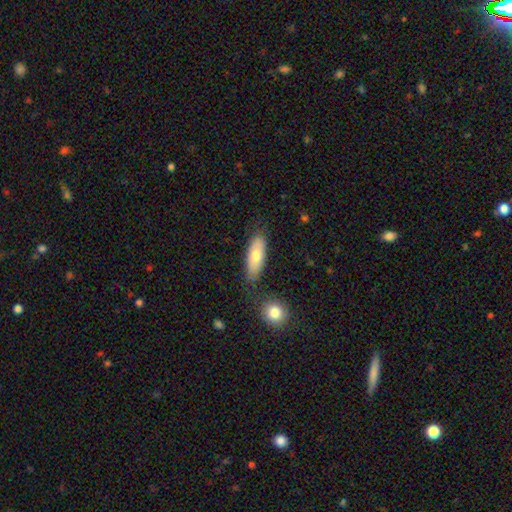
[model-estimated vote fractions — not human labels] Overall: smooth (72%). How rounded: in between (72%). Merging: none (75%).